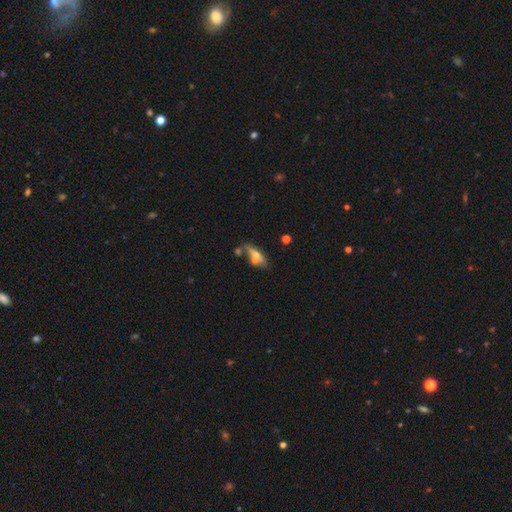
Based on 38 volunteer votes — A featured or disk galaxy (61%) with no bar (93%), no spiral arms (100%) and a moderate central bulge (50%).

Vote fractions:
- Smooth or featured? featured or disk: 61% / smooth: 37% / star or artifact: 3%
- Edge-on disk? no: 61% / yes: 39%
- Bar? no: 93% / weak: 7% / strong: 0%
- Spiral arms? no: 100% / yes: 0%
- Bulge size? moderate: 50% / small: 29% / none: 14% / large: 7% / dominant: 0%
- Merging? none: 51% / merger: 30% / minor disturbance: 19% / major disturbance: 0%